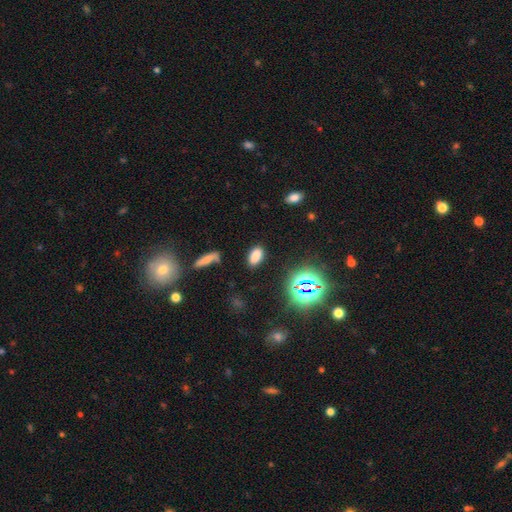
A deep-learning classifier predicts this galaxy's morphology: Q: Smooth or featured?
A: smooth (76%); runner-up: star or artifact (18%)
Q: How rounded?
A: in between (90%); runner-up: round (6%)
Q: Merging?
A: none (84%); runner-up: minor disturbance (9%)